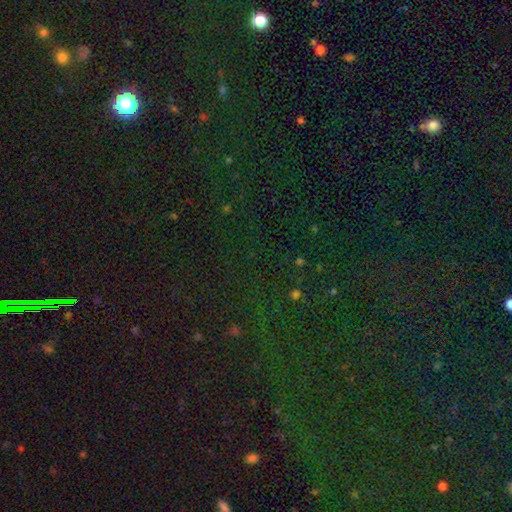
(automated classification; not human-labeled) This appears to be a star or artifact, not a galaxy (81%).